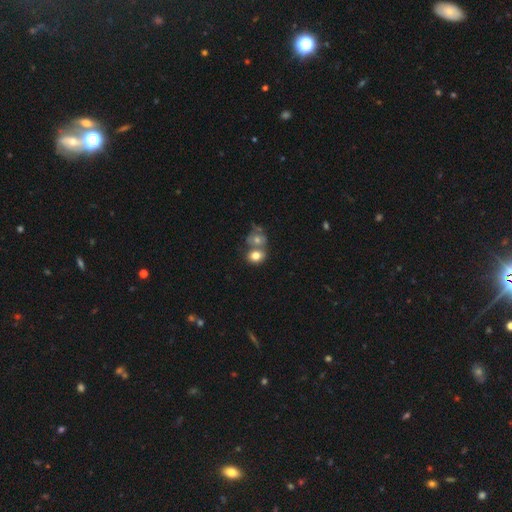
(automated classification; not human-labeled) Smooth or featured: smooth — 75% (featured or disk — 14%)
How rounded: round — 52% (in between — 47%)
Merging: merger — 50% (none — 35%)